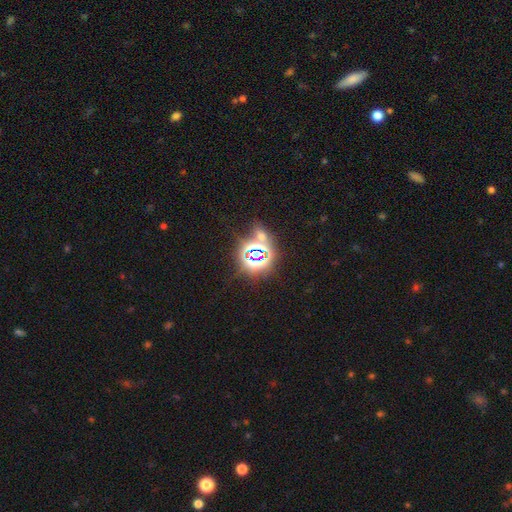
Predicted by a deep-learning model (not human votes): A star or artifact, not a galaxy (75%).

Vote fractions:
- Smooth or featured? star or artifact: 75% / smooth: 16% / featured or disk: 9%